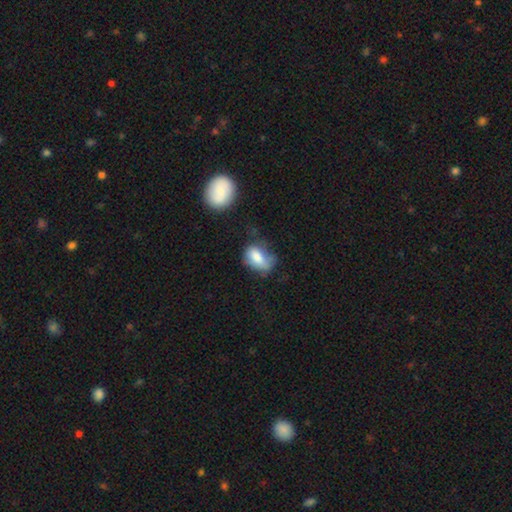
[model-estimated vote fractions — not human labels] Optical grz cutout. It shows a smooth galaxy with no disk features (74%) that is in between round and cigar-shaped (85%). Merging: none (39%).